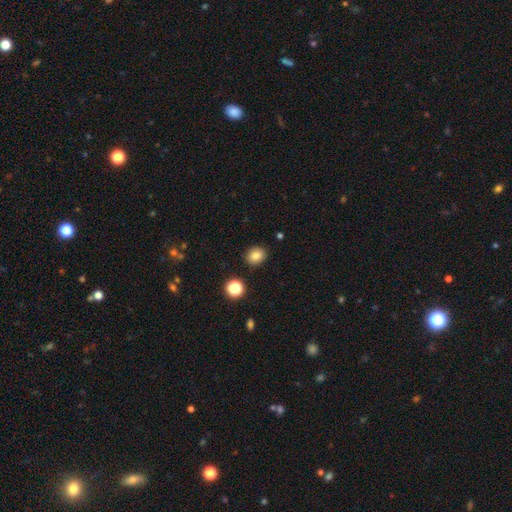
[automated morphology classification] Smooth or featured? smooth (82%)
How rounded? round (72%)
Merging? none (89%)